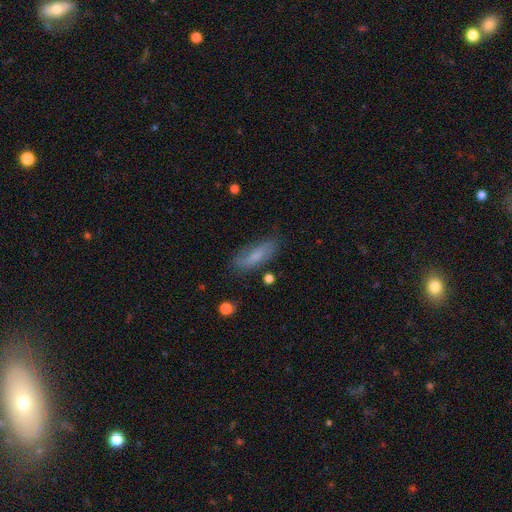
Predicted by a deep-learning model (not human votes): This appears to be a smooth galaxy with no disk features (66%) that is in between round and cigar-shaped (60%). Merging: none (72%).